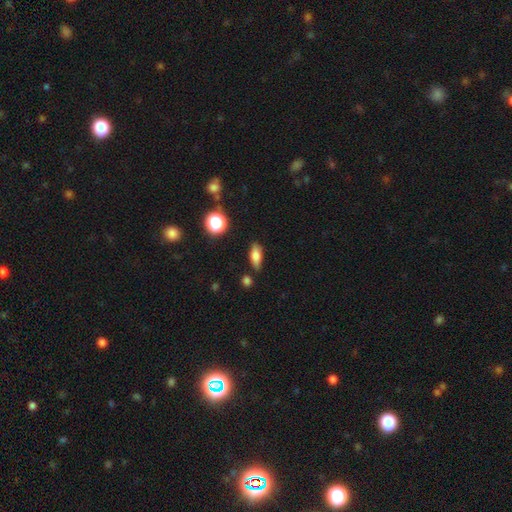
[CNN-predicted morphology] Smooth or featured? smooth (74%)
How rounded? in between (72%)
Merging? none (79%)